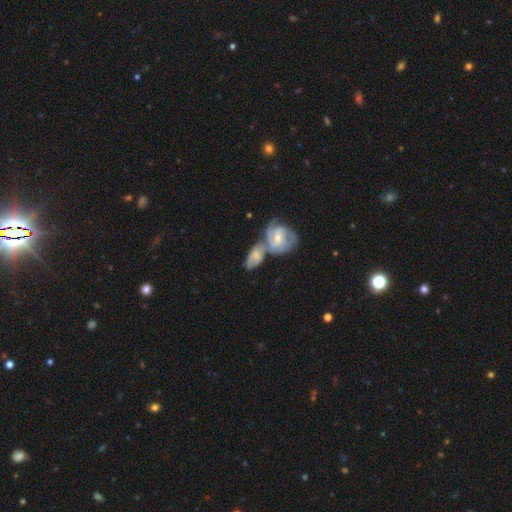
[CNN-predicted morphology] Smooth or featured?
  - featured or disk: 64% *
  - smooth: 30%
  - star or artifact: 6%
Edge-on disk?
  - no: 94% *
  - yes: 6%
Bar?
  - weak: 44% * (tied)
  - no: 44% * (tied)
  - strong: 12%
Spiral arms?
  - yes: 88% *
  - no: 12%
Spiral winding?
  - tight: 49% *
  - medium: 39%
  - loose: 12%
Spiral arm count?
  - 2: 32% *
  - can't tell: 30%
  - 3: 24%
  - 4: 5%
  - 1: 5%
  - more than 4: 3%
Bulge size?
  - moderate: 48% *
  - small: 43%
  - large: 4%
  - none: 4%
  - dominant: 1%
Merging?
  - merger: 67% *
  - none: 19%
  - minor disturbance: 9%
  - major disturbance: 5%